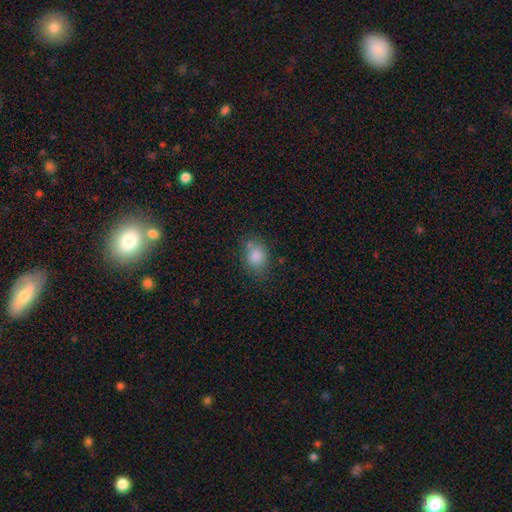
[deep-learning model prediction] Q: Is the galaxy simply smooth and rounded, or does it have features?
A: smooth — 82%.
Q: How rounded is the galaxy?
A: in between — 54%.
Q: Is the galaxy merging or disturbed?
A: none — 68%.